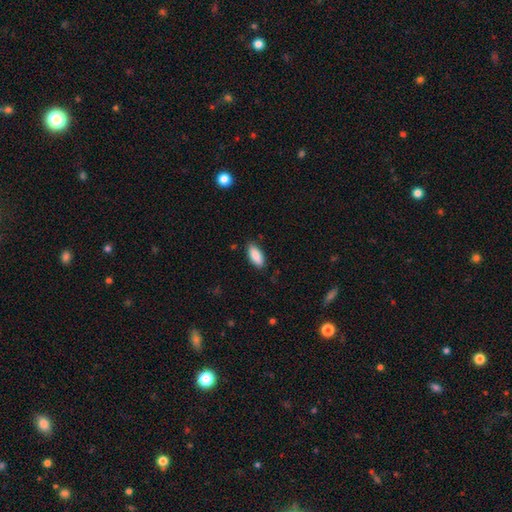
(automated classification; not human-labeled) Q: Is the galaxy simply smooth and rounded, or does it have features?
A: smooth — 88%.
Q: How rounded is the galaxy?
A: in between — 83%.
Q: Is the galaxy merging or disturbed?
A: none — 83%.